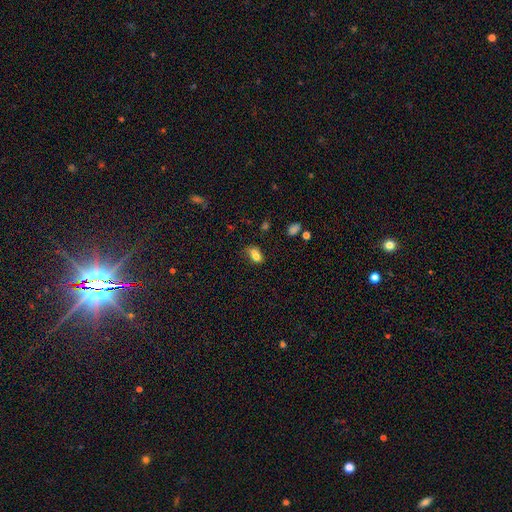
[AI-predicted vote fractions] smooth-or-featured: smooth: 75% | featured or disk: 13% | star or artifact: 12%
  how-rounded: in between: 77% | round: 19% | cigar-shaped: 4%
  merging: none: 38% | merger: 26% | minor disturbance: 24% | major disturbance: 11%